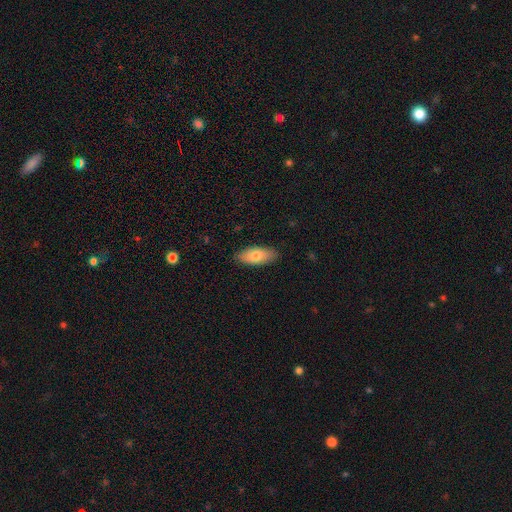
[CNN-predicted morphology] Smooth or featured?
  - smooth: 78% *
  - featured or disk: 16%
  - star or artifact: 6%
How rounded?
  - in between: 84% *
  - cigar-shaped: 13%
  - round: 3%
Merging?
  - none: 86% *
  - minor disturbance: 11%
  - major disturbance: 2%
  - merger: 1%